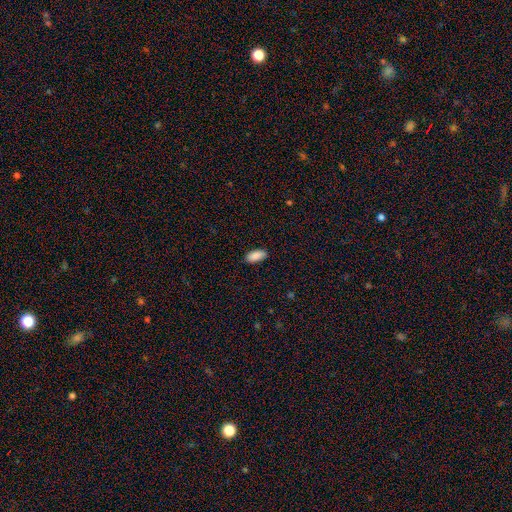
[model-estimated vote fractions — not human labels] Smooth or featured? smooth (90%)
How rounded? in between (90%)
Merging? none (88%)